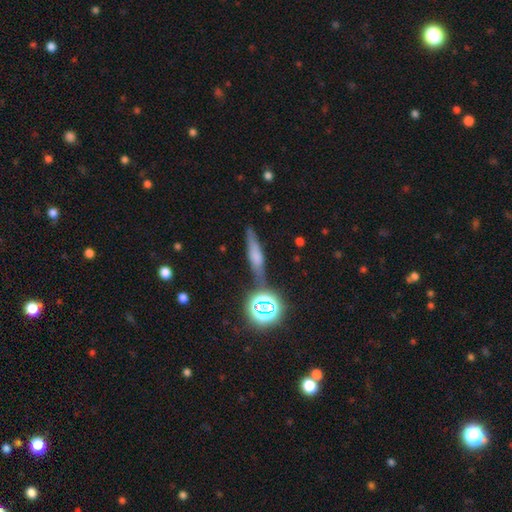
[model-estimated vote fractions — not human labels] Overall: smooth (48%; featured or disk 33%). Merging: none (73%).